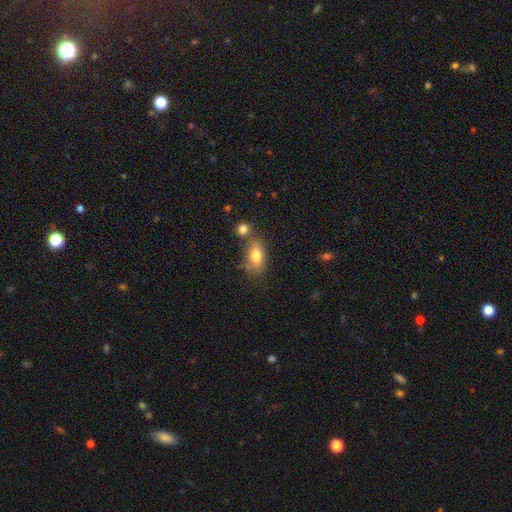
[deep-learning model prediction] Morphology: type=smooth (78%); roundness=in between (85%); merging=none (57%).